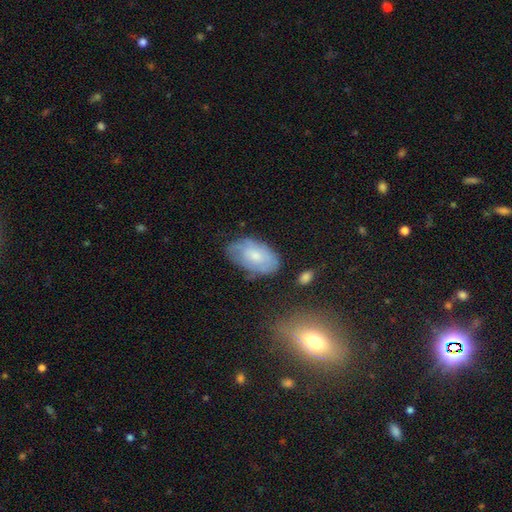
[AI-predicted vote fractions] smooth 56%, featured or disk 36%, star or artifact 8%. Down the decision tree: how rounded — in between (93%); merging — none (65%).